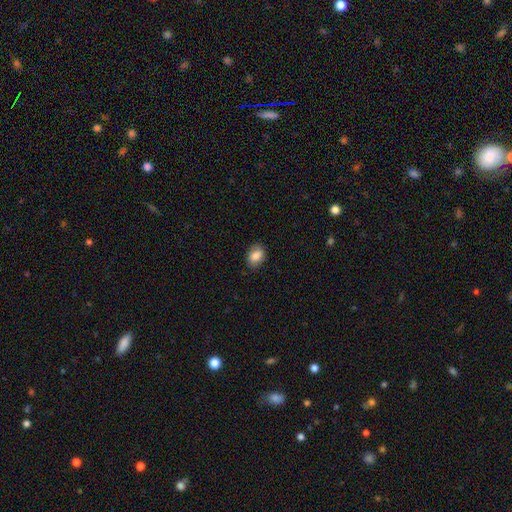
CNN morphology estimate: type=smooth (84%); roundness=in between (70%); merging=none (85%).